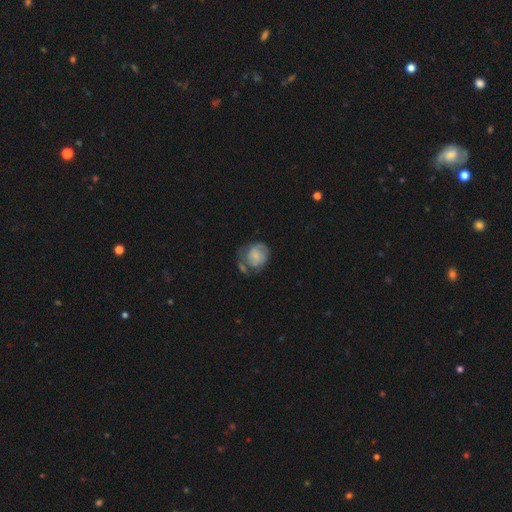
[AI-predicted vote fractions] Q: Smooth or featured?
A: smooth (59%); runner-up: featured or disk (33%)
Q: How rounded?
A: round (66%); runner-up: in between (33%)
Q: Merging?
A: none (36%); runner-up: minor disturbance (29%)